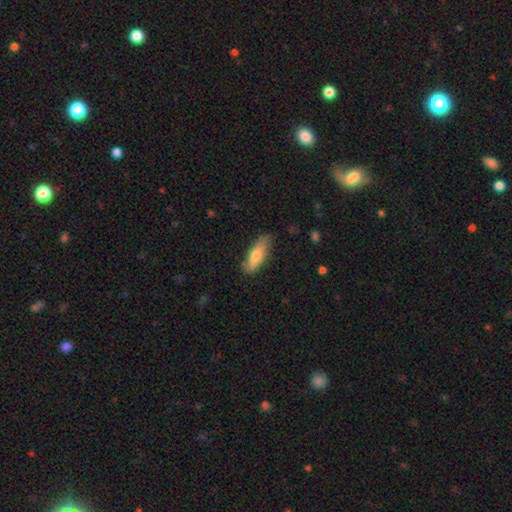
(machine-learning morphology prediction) Smooth or featured? Predicted: smooth (p=0.71). How rounded? Predicted: in between (p=0.52). Merging? Predicted: none (p=0.78).